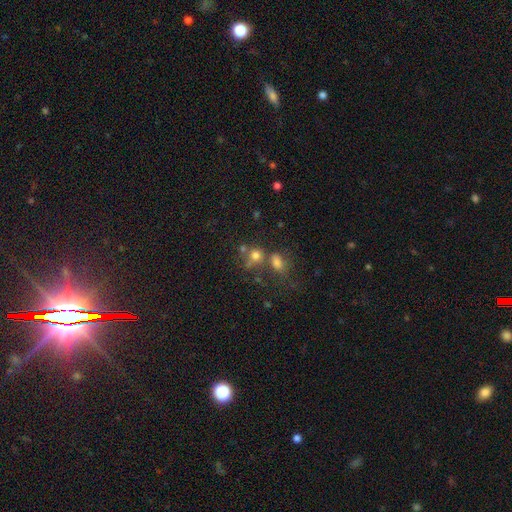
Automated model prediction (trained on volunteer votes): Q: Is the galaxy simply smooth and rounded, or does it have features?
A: smooth — 69%.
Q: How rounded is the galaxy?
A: round — 68%.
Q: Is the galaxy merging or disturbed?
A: none — 43%.